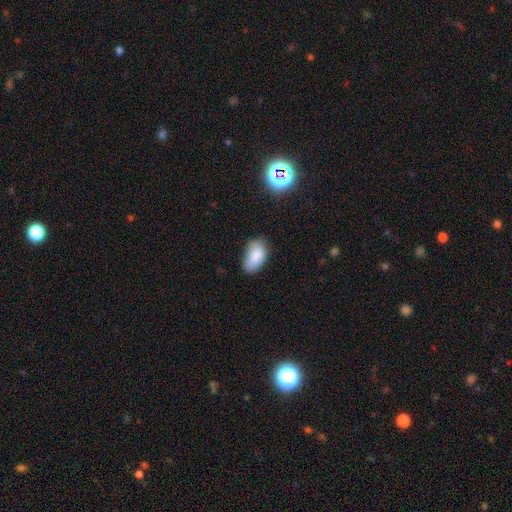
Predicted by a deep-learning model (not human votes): Q: Smooth or featured?
A: smooth (85%); runner-up: star or artifact (8%)
Q: How rounded?
A: in between (93%); runner-up: round (5%)
Q: Merging?
A: none (60%); runner-up: minor disturbance (31%)